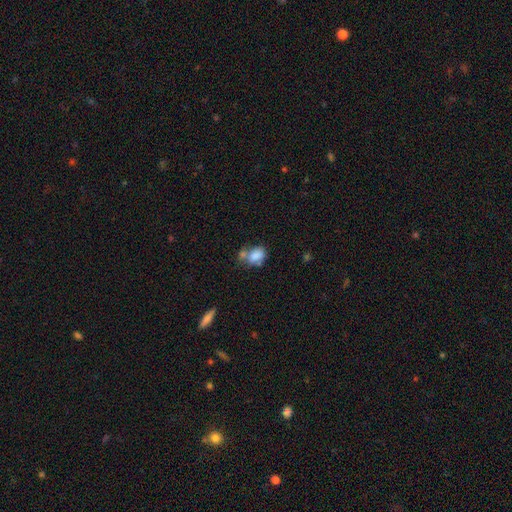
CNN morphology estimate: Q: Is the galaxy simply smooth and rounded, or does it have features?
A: smooth — 81%.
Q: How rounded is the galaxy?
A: in between — 72%.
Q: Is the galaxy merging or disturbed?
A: merger — 40%.